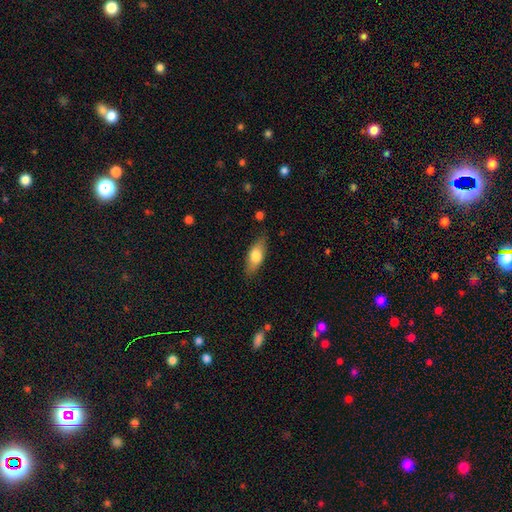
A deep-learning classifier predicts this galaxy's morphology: Smooth or featured?
  - smooth: 70% *
  - featured or disk: 23%
  - star or artifact: 6%
How rounded?
  - in between: 75% *
  - cigar-shaped: 22%
  - round: 3%
Merging?
  - none: 82% *
  - minor disturbance: 14%
  - major disturbance: 3%
  - merger: 2%